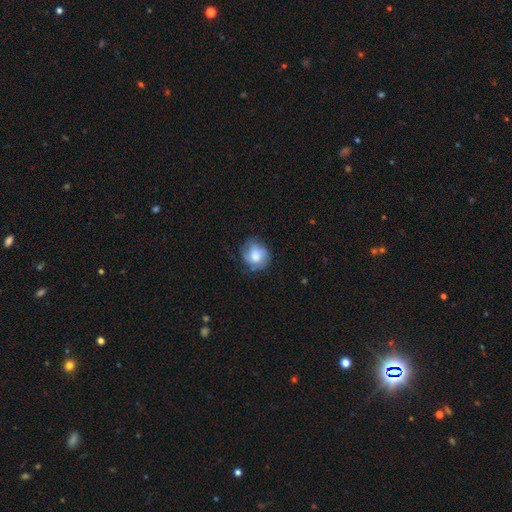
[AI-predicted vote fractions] Smooth or featured: smooth — 72% (featured or disk — 21%)
How rounded: round — 73% (in between — 26%)
Merging: none — 63% (minor disturbance — 26%)